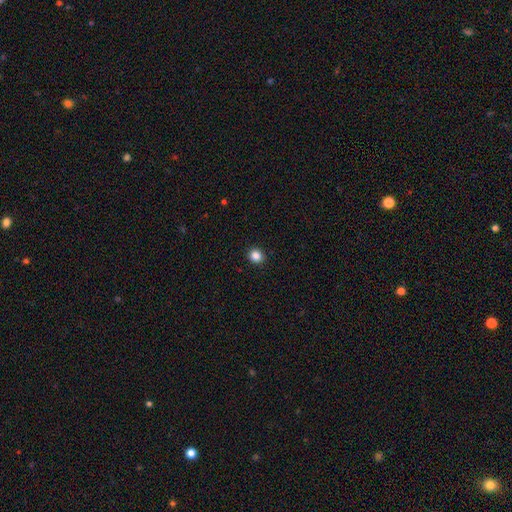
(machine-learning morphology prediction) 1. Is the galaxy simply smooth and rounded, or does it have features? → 86% smooth, 11% star or artifact, 3% featured or disk.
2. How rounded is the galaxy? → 88% round, 11% in between, 1% cigar-shaped.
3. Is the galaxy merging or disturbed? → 93% none, 5% minor disturbance, 2% major disturbance, 1% merger.